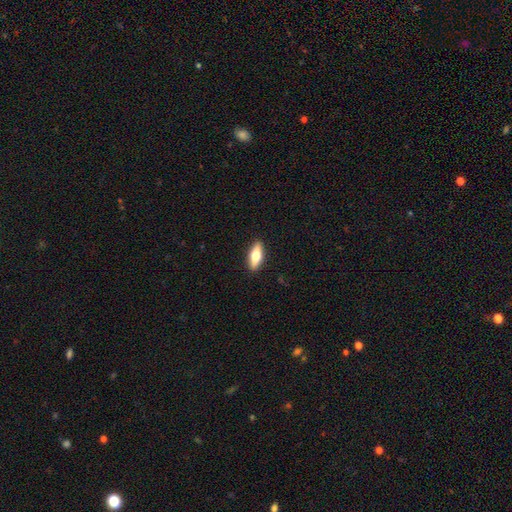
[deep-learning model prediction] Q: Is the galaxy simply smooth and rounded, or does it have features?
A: smooth — 62%.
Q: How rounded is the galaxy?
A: in between — 65%.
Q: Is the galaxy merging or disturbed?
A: none — 90%.